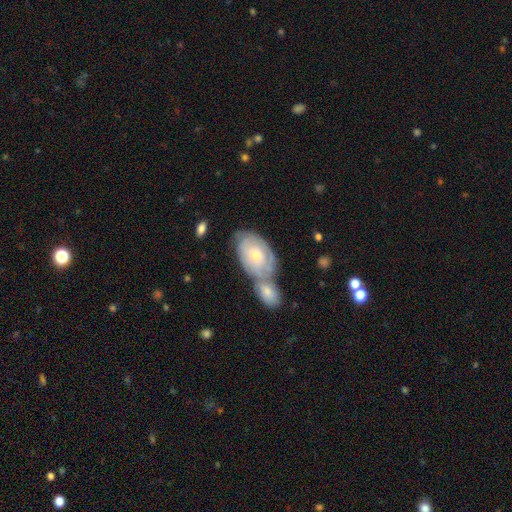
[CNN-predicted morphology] Smooth or featured? featured or disk (52%)
Edge-on disk? no (93%)
Merging? merger (53%)